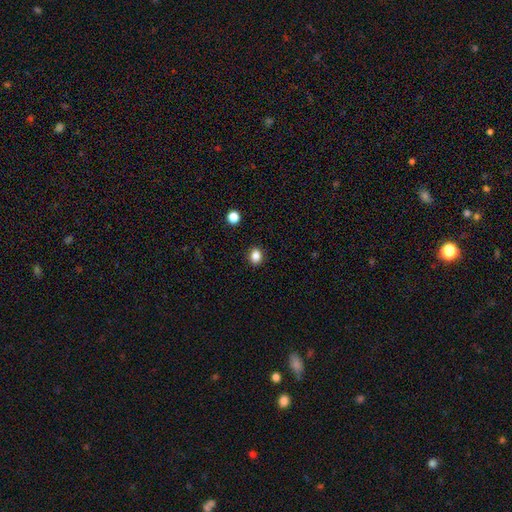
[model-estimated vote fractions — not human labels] smooth-or-featured: smooth: 85% | star or artifact: 11% | featured or disk: 4%
  how-rounded: round: 55% | in between: 44% | cigar-shaped: 1%
  merging: none: 90% | minor disturbance: 7% | major disturbance: 2% | merger: 1%